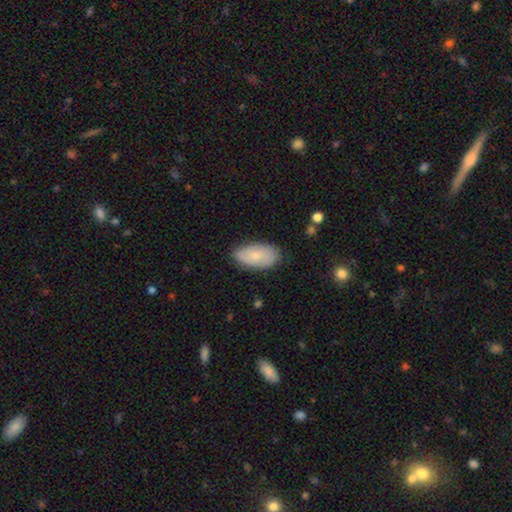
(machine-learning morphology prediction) The model was most divided on "smooth or featured": smooth: 70%, featured or disk: 24%, star or artifact: 6%. More confident: how rounded — in between (94%); merging — none (76%).